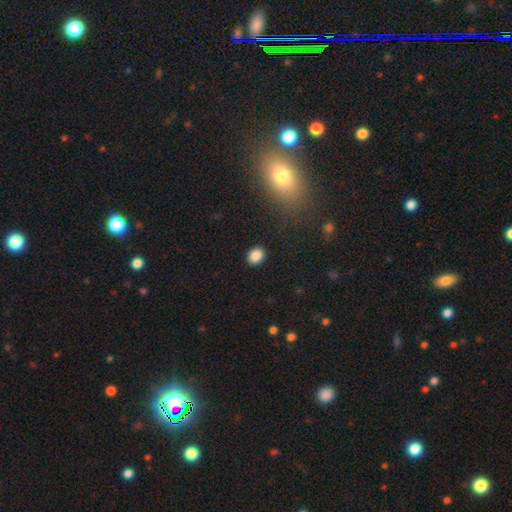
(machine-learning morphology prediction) smooth_or_featured: smooth (p=0.86) [alt: star or artifact p=0.10]
how_rounded: round (p=0.56) [alt: in between p=0.43]
merging: none (p=0.90) [alt: minor disturbance p=0.07]